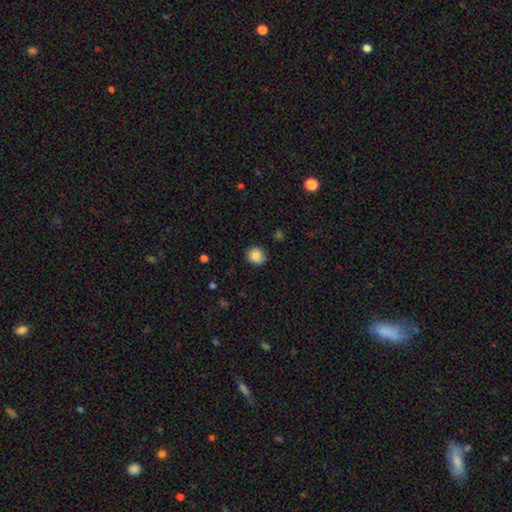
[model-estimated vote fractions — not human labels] A smooth galaxy with no disk features (86%) that is round (81%). Merging: none (84%).